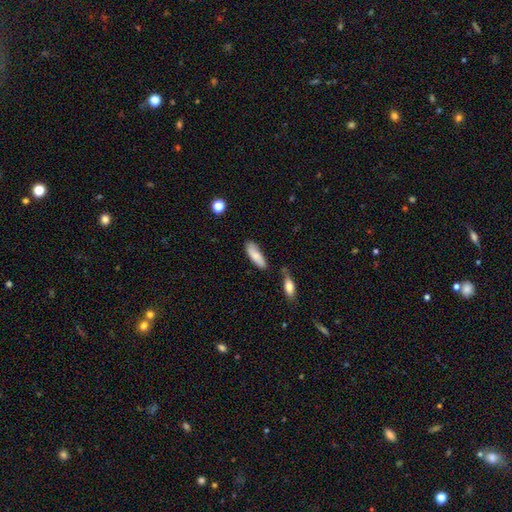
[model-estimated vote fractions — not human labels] A smooth galaxy with no disk features (80%) that is in between round and cigar-shaped (56%).

Vote fractions:
- Smooth or featured? smooth: 80% / featured or disk: 14% / star or artifact: 6%
- How rounded? in between: 56% / cigar-shaped: 43% / round: 2%
- Merging? none: 63% / minor disturbance: 23% / merger: 9% / major disturbance: 5%